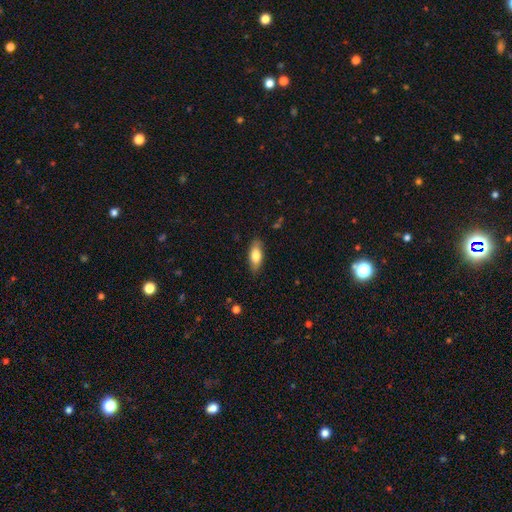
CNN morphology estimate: type=smooth (75%); roundness=in between (81%); merging=none (84%).